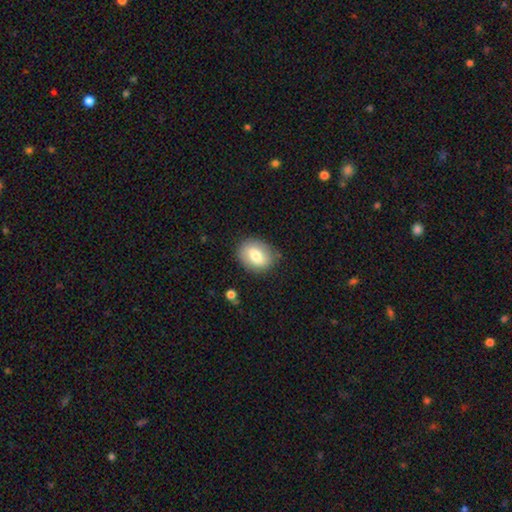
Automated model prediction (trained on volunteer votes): Smooth or featured? Predicted: smooth (p=0.73). How rounded? Predicted: in between (p=0.66). Merging? Predicted: none (p=0.83).